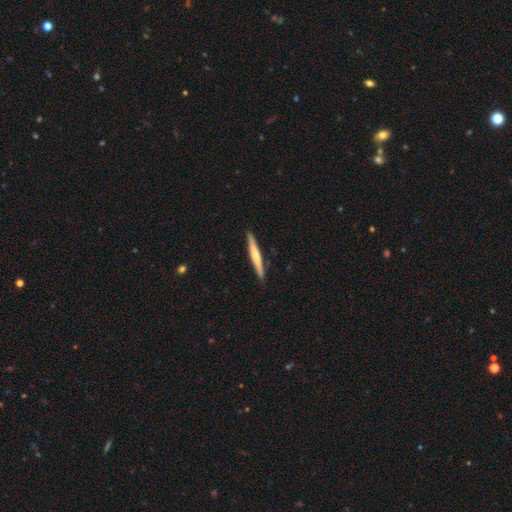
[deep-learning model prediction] Morphology: type=smooth (51%); roundness=cigar-shaped (96%); merging=none (90%).